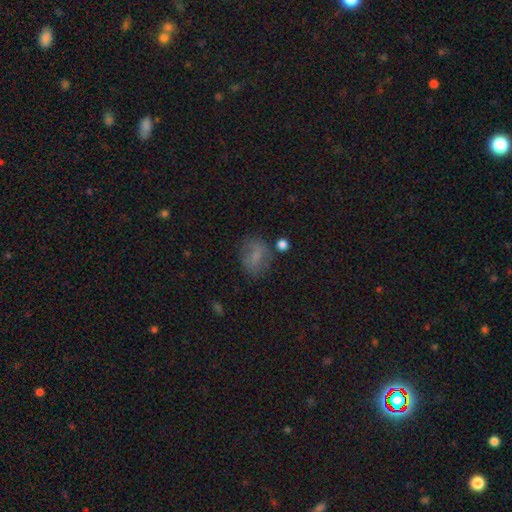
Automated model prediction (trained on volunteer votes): This is likely a smooth galaxy (69%). How rounded: possibly in between (54%). Merging: likely none (68%).